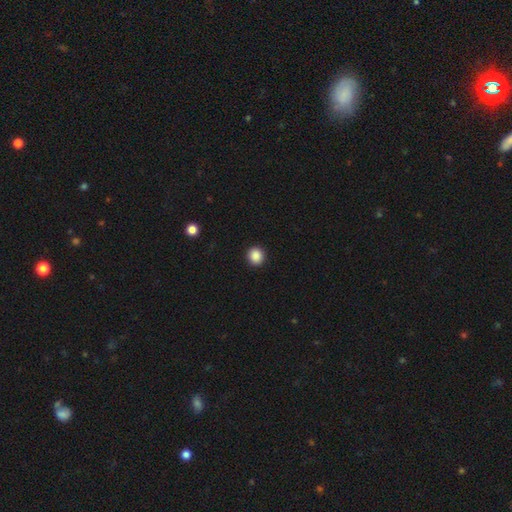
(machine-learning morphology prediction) smooth 88%, star or artifact 10%, featured or disk 2%. Down the decision tree: how rounded — round (90%); merging — none (92%).